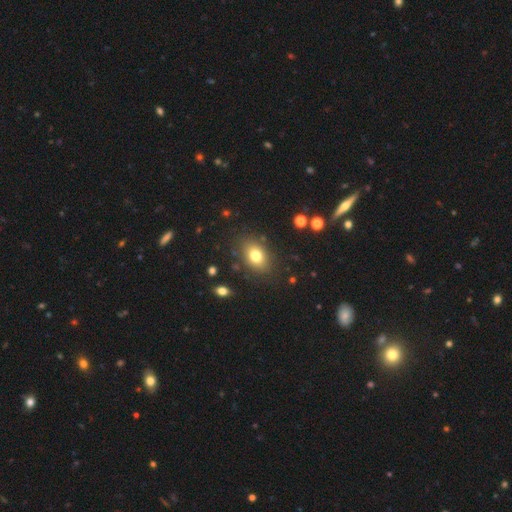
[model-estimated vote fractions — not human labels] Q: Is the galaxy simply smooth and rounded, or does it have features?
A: smooth — 77%.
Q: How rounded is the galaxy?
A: in between — 74%.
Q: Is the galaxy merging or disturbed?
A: none — 83%.